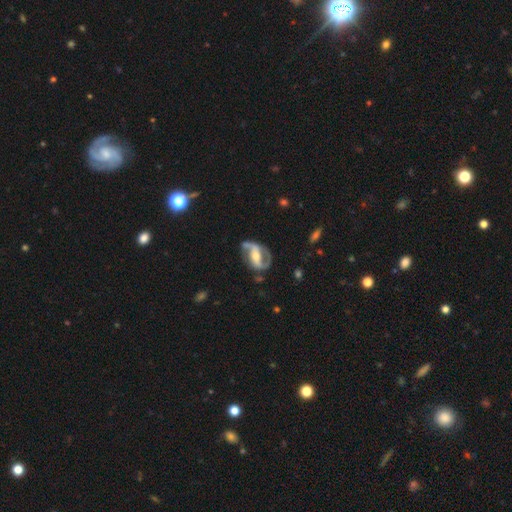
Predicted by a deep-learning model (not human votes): featured or disk 88%, smooth 7%, star or artifact 4%. Down the decision tree: edge-on disk — no (96%); bar — strong (54%); spiral arms — yes (95%); spiral arm count — 2 (90%); spiral winding — medium (50%); bulge size — moderate (58%); merging — none (70%).